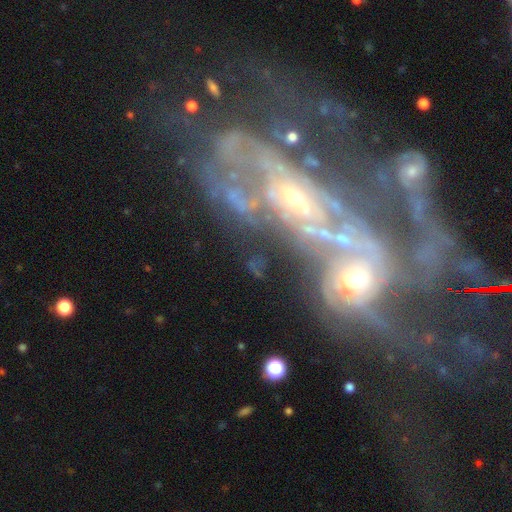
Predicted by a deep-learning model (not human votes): smooth-or-featured: featured or disk: 74% | star or artifact: 14% | smooth: 12%
  disk-edge-on: no: 93% | yes: 7%
    bar: no: 68% | weak: 22% | strong: 11%
    has-spiral-arms: yes: 67% | no: 33%
    bulge-size: moderate: 46% | small: 38% | none: 8% | large: 5% | dominant: 2%
  merging: merger: 67% | major disturbance: 19% | none: 9% | minor disturbance: 5%